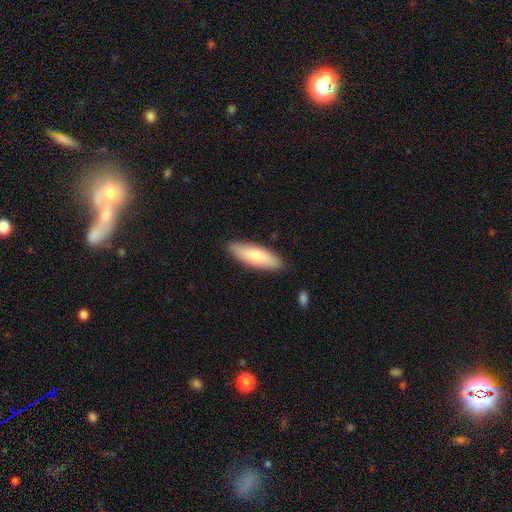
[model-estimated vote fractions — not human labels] Smooth or featured? Predicted: smooth (p=0.73). How rounded? Predicted: in between (p=0.58). Merging? Predicted: none (p=0.87).